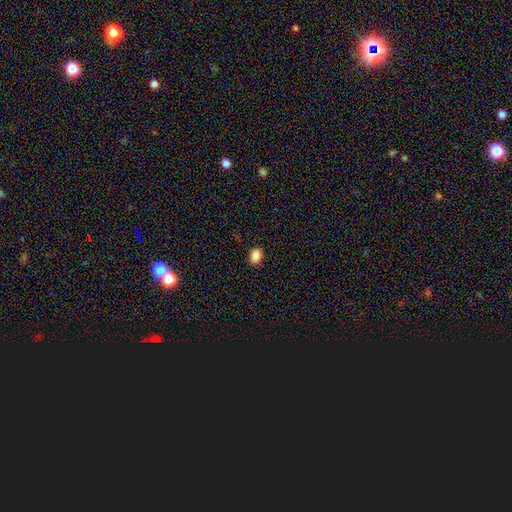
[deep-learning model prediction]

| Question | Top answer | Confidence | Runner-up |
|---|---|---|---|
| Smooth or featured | smooth | 87% | star or artifact (9%) |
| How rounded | in between | 74% | round (25%) |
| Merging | none | 88% | minor disturbance (9%) |